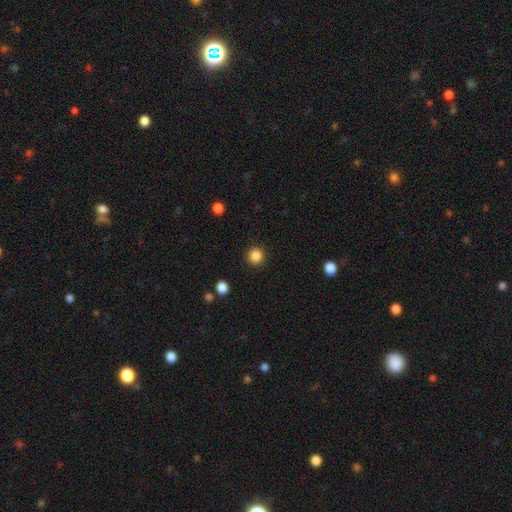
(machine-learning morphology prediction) A smooth galaxy with no disk features (86%) that is round (94%).

Vote fractions:
- Smooth or featured? smooth: 86% / star or artifact: 11% / featured or disk: 3%
- How rounded? round: 94% / in between: 5% / cigar-shaped: 1%
- Merging? none: 92% / minor disturbance: 5% / major disturbance: 2% / merger: 1%